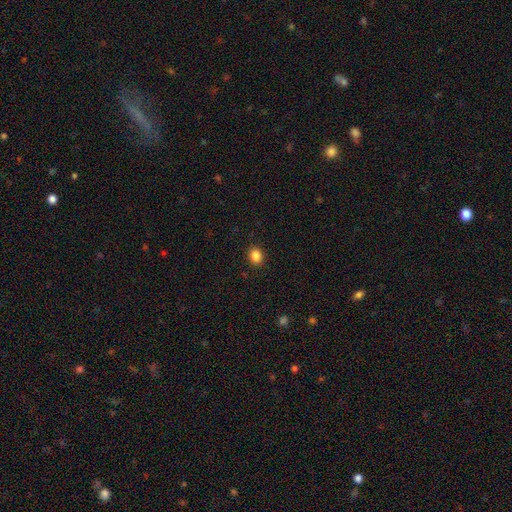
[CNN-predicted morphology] Smooth or featured? smooth (86%)
How rounded? round (59%)
Merging? none (91%)